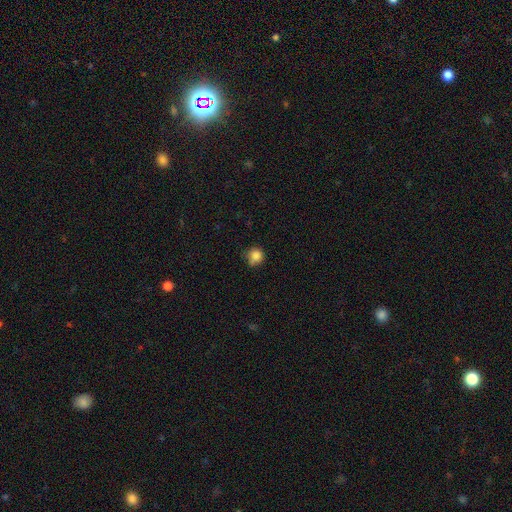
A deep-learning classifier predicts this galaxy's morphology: Smooth or featured? Predicted: smooth (p=0.84). How rounded? Predicted: round (p=0.89). Merging? Predicted: none (p=0.67).